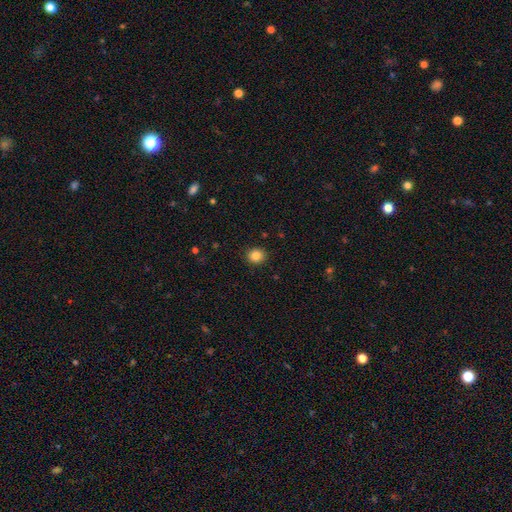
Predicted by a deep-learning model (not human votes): Morphology: type=smooth (86%); roundness=round (81%); merging=none (90%).